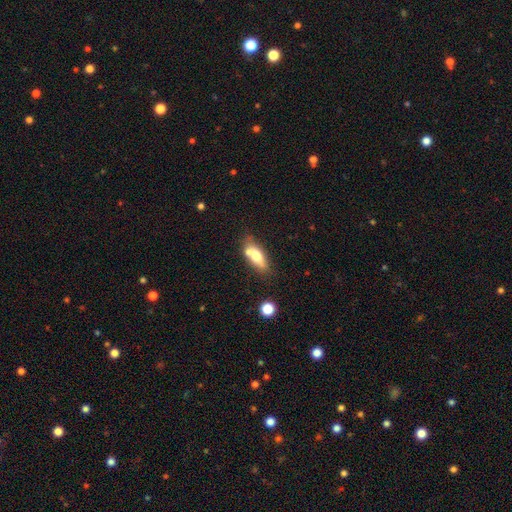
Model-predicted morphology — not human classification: Smooth or featured? smooth (63%)
How rounded? in between (69%)
Merging? none (60%)